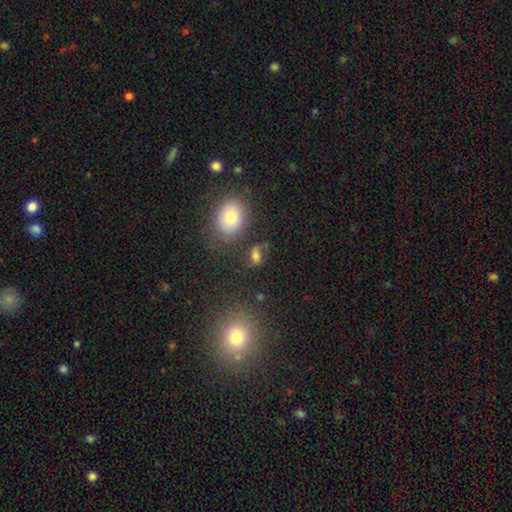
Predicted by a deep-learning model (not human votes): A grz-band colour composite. It shows a smooth galaxy with no disk features (66%) that is in between round and cigar-shaped (73%). Merging: none (61%).